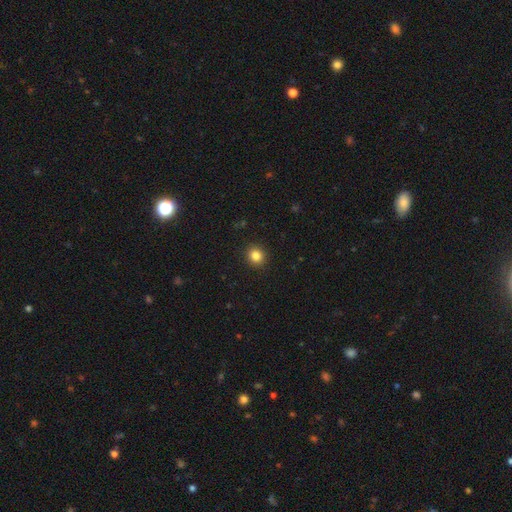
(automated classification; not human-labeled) Overall: smooth (84%). How rounded: round (87%). Merging: none (92%).